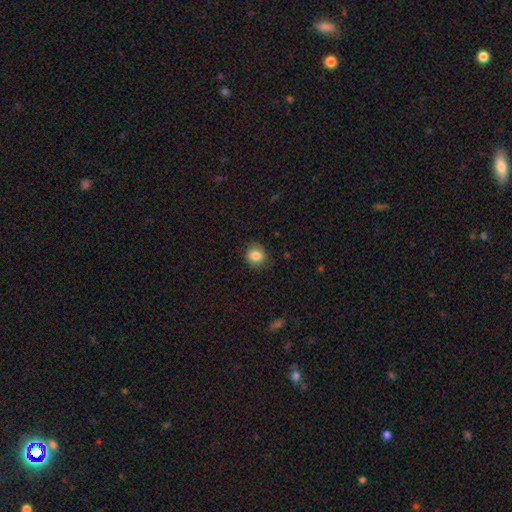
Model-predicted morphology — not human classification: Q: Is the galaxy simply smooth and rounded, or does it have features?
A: smooth — 84%.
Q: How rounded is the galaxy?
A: round — 77%.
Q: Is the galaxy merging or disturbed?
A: none — 80%.